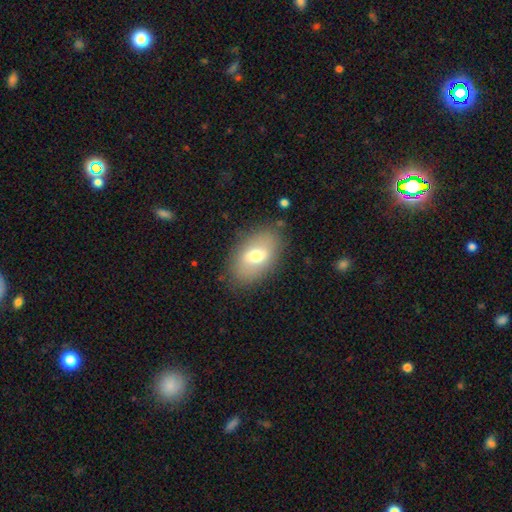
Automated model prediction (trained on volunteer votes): The model was most divided on "smooth or featured": smooth: 61%, featured or disk: 30%, star or artifact: 9%. More confident: how rounded — in between (88%); merging — none (82%).